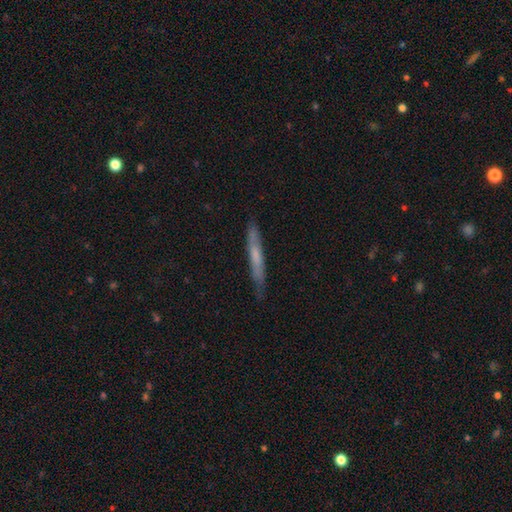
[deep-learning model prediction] Morphology: type=smooth (51%); roundness=cigar-shaped (95%); merging=none (83%).